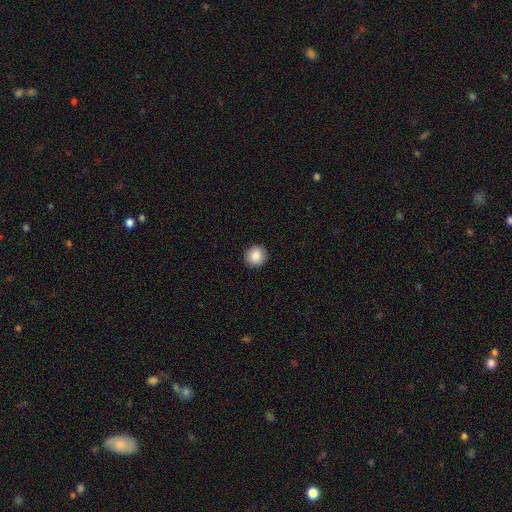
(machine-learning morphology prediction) The model was most divided on "smooth or featured": smooth: 88%, star or artifact: 8%, featured or disk: 4%. More confident: how rounded — round (93%); merging — none (92%).